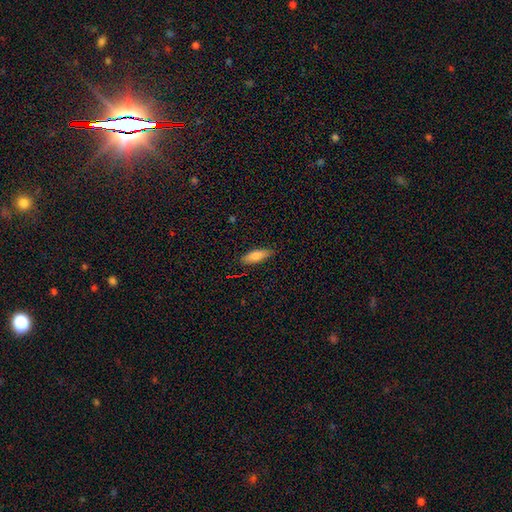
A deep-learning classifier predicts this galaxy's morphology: smooth_or_featured: smooth (p=0.78) [alt: featured or disk p=0.15]
how_rounded: in between (p=0.56) [alt: cigar-shaped p=0.42]
merging: none (p=0.85) [alt: minor disturbance p=0.12]